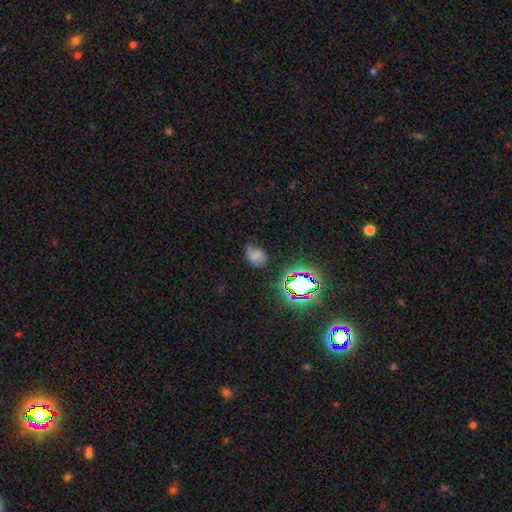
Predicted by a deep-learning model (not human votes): Smooth or featured?
  - smooth: 65% *
  - star or artifact: 23%
  - featured or disk: 12%
How rounded?
  - in between: 65% *
  - round: 33%
  - cigar-shaped: 1%
Merging?
  - none: 51% *
  - minor disturbance: 34%
  - major disturbance: 12%
  - merger: 3%